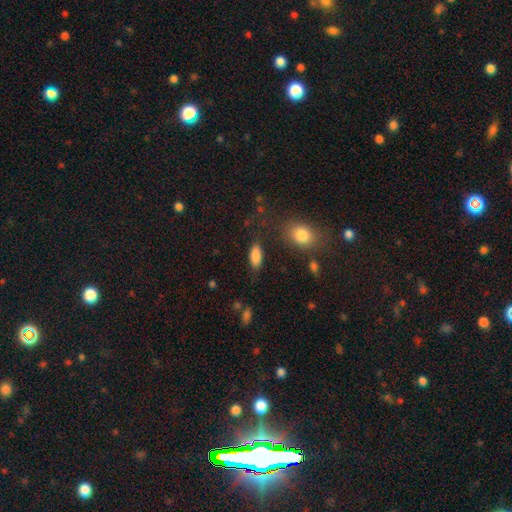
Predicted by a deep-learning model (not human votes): Q: Smooth or featured?
A: smooth (86%); runner-up: star or artifact (8%)
Q: How rounded?
A: in between (85%); runner-up: cigar-shaped (12%)
Q: Merging?
A: none (80%); runner-up: minor disturbance (13%)